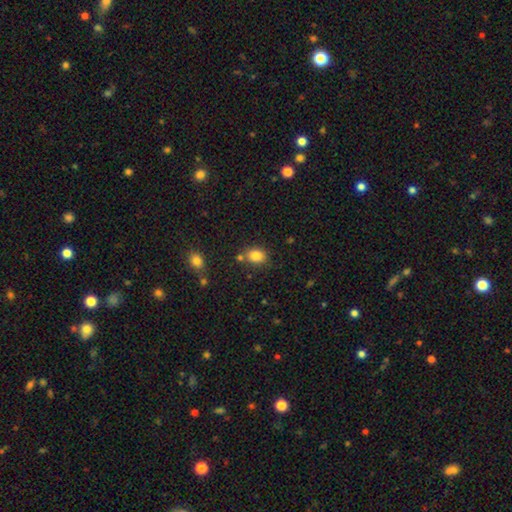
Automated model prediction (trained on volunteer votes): A smooth galaxy with no disk features (84%) that is in between round and cigar-shaped (57%).

Vote fractions:
- Smooth or featured? smooth: 84% / star or artifact: 10% / featured or disk: 6%
- How rounded? in between: 57% / round: 42% / cigar-shaped: 1%
- Merging? none: 71% / minor disturbance: 13% / merger: 12% / major disturbance: 4%